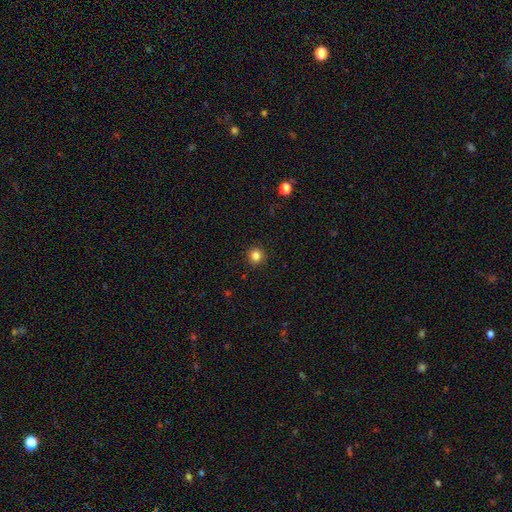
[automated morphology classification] Smooth or featured? smooth (84%)
How rounded? round (93%)
Merging? none (92%)